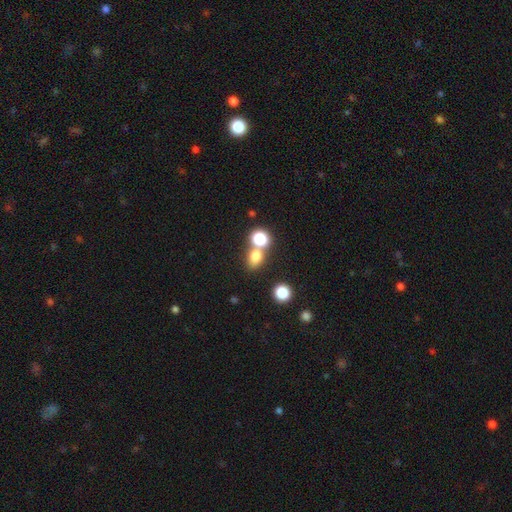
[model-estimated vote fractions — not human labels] Smooth or featured? Predicted: smooth (p=0.72). How rounded? Predicted: round (p=0.53). Merging? Predicted: none (p=0.55).